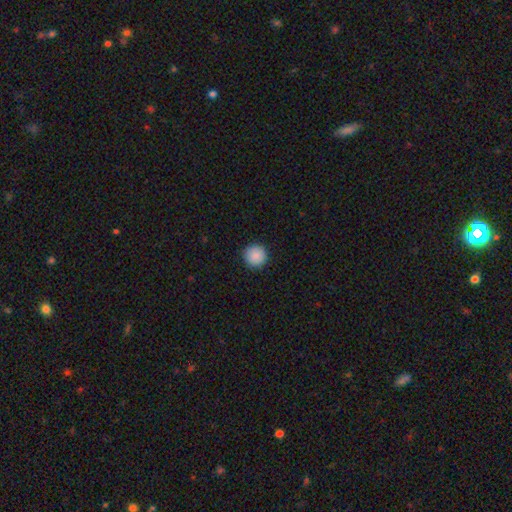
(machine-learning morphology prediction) smooth-or-featured: smooth: 89% | star or artifact: 8% | featured or disk: 3%
  how-rounded: round: 96% | in between: 3% | cigar-shaped: 1%
  merging: none: 92% | minor disturbance: 5% | major disturbance: 2% | merger: 1%